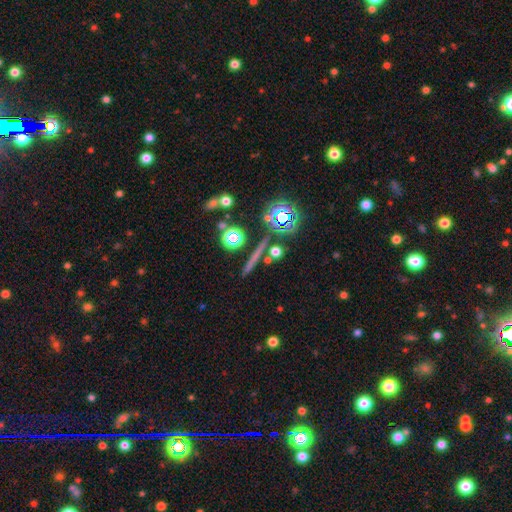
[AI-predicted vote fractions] Smooth or featured? star or artifact (39%)